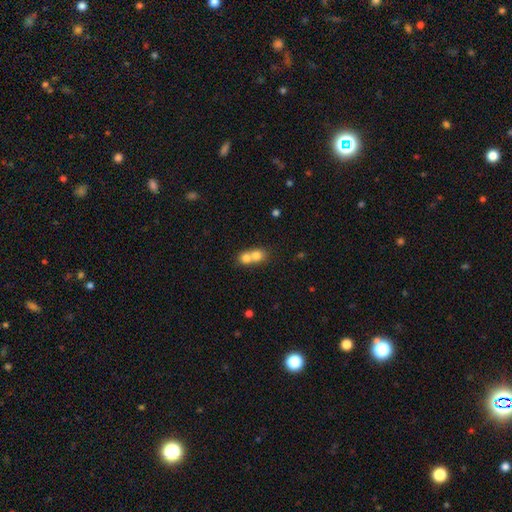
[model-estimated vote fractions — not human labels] This is likely a smooth galaxy (74%). How rounded: likely round (73%). Merging: likely merger (70%).